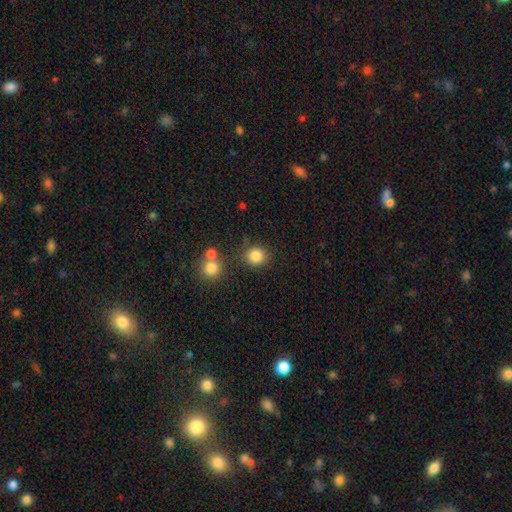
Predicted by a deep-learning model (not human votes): The model was most divided on "merging": none: 79%, minor disturbance: 10%, merger: 7%, major disturbance: 4%. More confident: how rounded — round (85%); smooth or featured — smooth (85%).